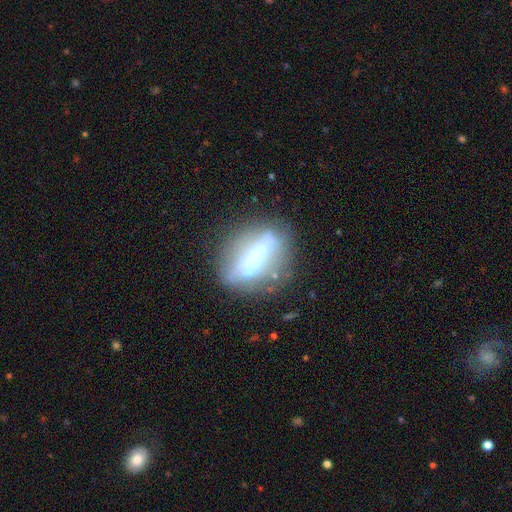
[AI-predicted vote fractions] Overall: featured or disk (59%; smooth 30%). Edge-on disk: no (63%; yes 37%). Merging: none (64%).